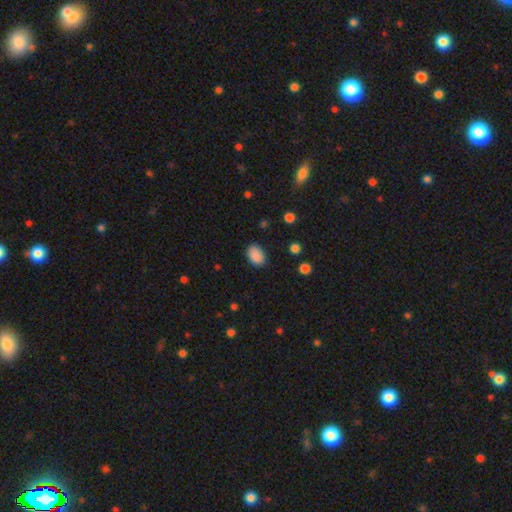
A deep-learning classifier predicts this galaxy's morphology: A smooth galaxy with no disk features (88%) that is in between round and cigar-shaped (86%).

Vote fractions:
- Smooth or featured? smooth: 88% / star or artifact: 8% / featured or disk: 4%
- How rounded? in between: 86% / round: 13% / cigar-shaped: 1%
- Merging? none: 83% / minor disturbance: 13% / major disturbance: 3% / merger: 1%